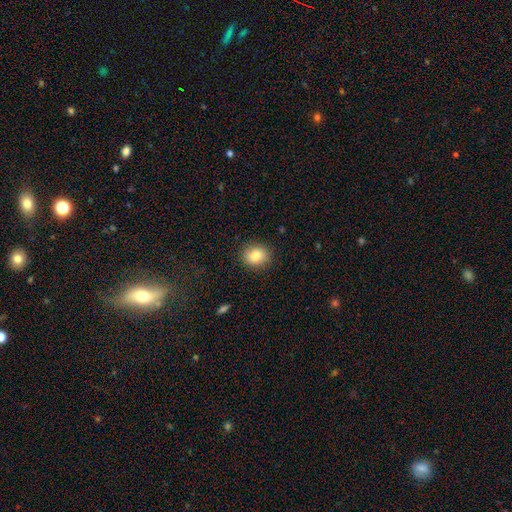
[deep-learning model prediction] A smooth galaxy with no disk features (84%) that is round (63%).

Vote fractions:
- Smooth or featured? smooth: 84% / star or artifact: 9% / featured or disk: 7%
- How rounded? round: 63% / in between: 36% / cigar-shaped: 1%
- Merging? none: 88% / minor disturbance: 9% / major disturbance: 2% / merger: 1%